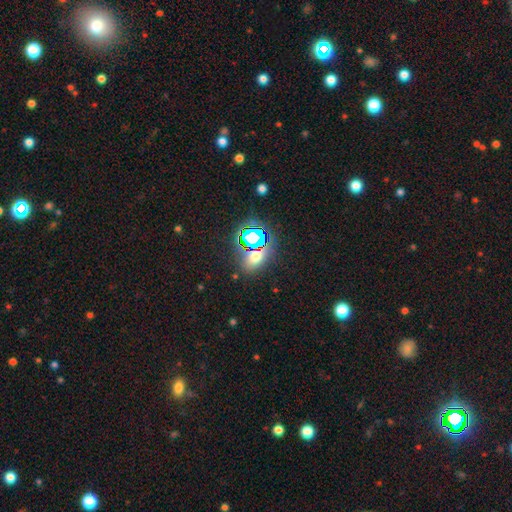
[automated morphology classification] smooth 48%, star or artifact 42%, featured or disk 10%. Down the decision tree: merging — none (73%).